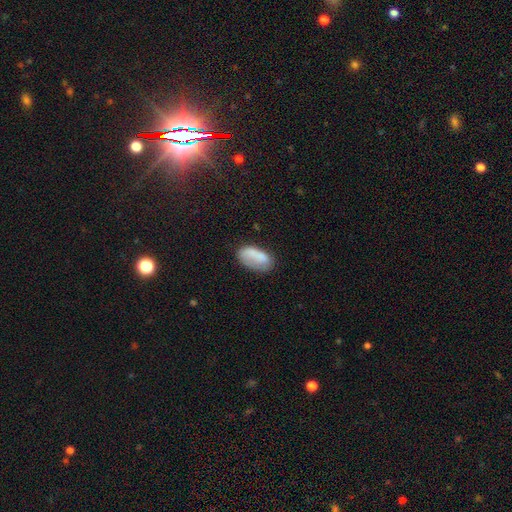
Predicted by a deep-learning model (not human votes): A smooth galaxy with no disk features (76%) that is in between round and cigar-shaped (93%). Merging: none (55%).